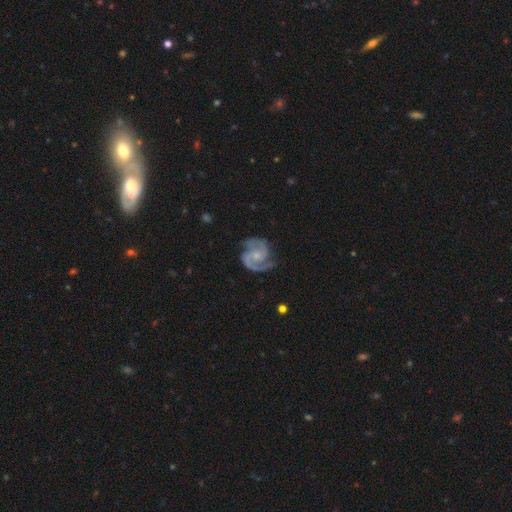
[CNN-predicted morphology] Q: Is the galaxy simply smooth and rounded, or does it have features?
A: featured or disk — 92%.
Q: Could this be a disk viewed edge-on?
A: no — 98%.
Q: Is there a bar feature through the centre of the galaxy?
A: no — 63%.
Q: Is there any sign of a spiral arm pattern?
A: yes — 98%.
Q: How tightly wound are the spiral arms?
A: medium — 54%.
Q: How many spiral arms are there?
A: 2 — 91%.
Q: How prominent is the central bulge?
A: small — 64%.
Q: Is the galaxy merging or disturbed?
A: none — 77%.